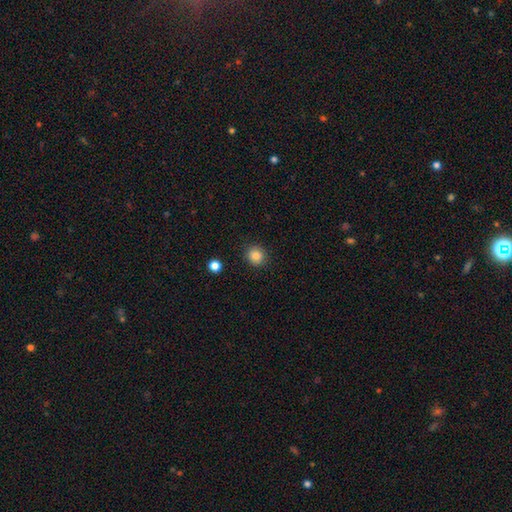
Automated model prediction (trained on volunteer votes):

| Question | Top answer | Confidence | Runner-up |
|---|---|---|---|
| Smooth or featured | smooth | 84% | star or artifact (11%) |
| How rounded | round | 90% | in between (9%) |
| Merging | none | 90% | minor disturbance (6%) |